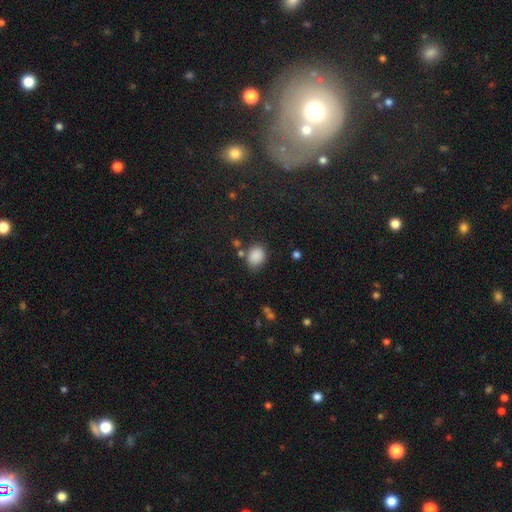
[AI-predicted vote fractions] A smooth galaxy with no disk features (85%) that is in between round and cigar-shaped (51%). Merging: none (71%).